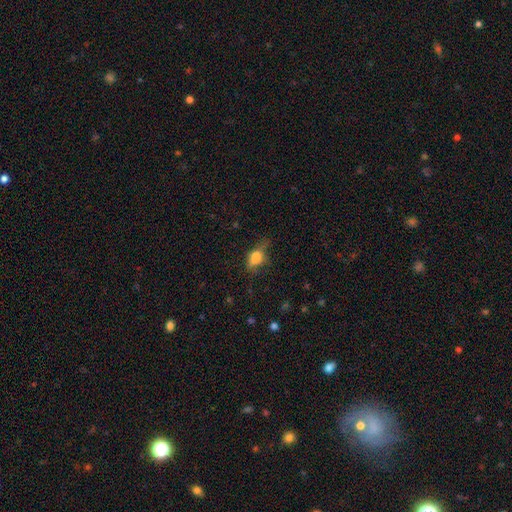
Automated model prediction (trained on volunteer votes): Smooth or featured? smooth (68%)
How rounded? in between (73%)
Merging? none (43%)